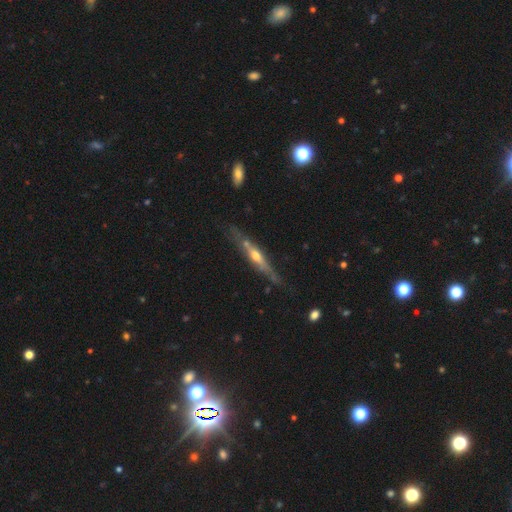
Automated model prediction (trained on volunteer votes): smooth-or-featured: featured or disk: 72% | smooth: 22% | star or artifact: 6%
  disk-edge-on: yes: 91% | no: 9%
    edge-on-bulge: rounded: 82% | none: 11% | boxy: 6%
  merging: none: 72% | minor disturbance: 19% | major disturbance: 5% | merger: 4%